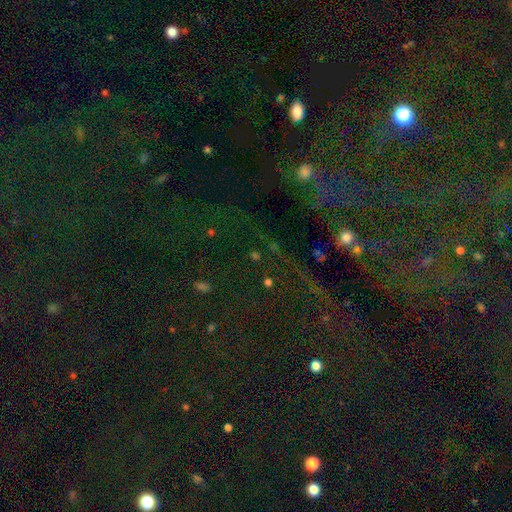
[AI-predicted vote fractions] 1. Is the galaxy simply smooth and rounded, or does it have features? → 64% star or artifact, 26% smooth, 10% featured or disk.